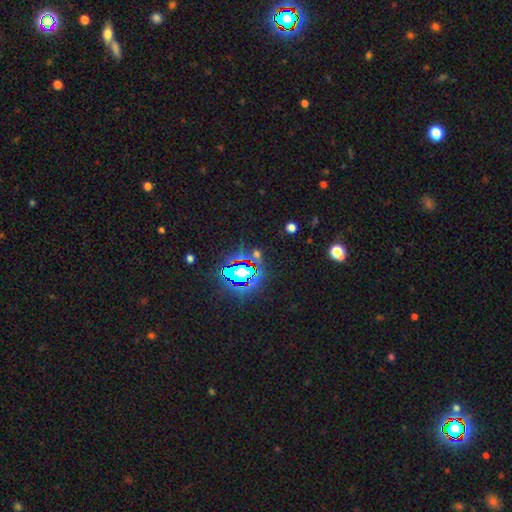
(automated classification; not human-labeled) star or artifact 75%, smooth 16%, featured or disk 10%.